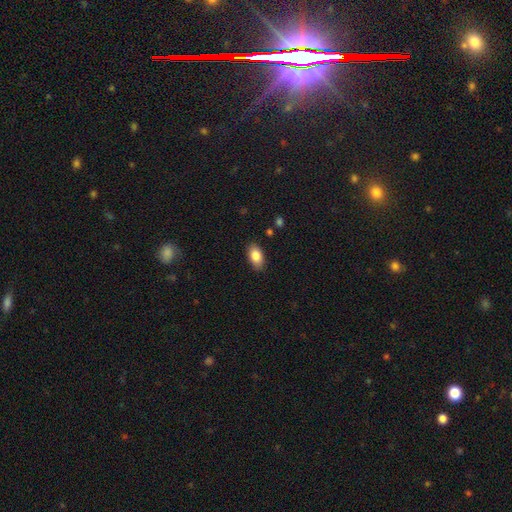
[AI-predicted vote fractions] Smooth or featured: smooth — 84% (featured or disk — 9%)
How rounded: in between — 93% (round — 5%)
Merging: none — 86% (minor disturbance — 10%)